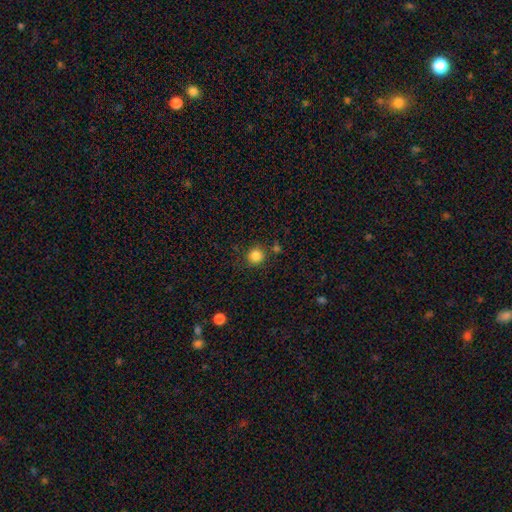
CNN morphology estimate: Smooth or featured?
  - smooth: 85% *
  - star or artifact: 11%
  - featured or disk: 4%
How rounded?
  - round: 92% *
  - in between: 7%
  - cigar-shaped: 1%
Merging?
  - none: 81% *
  - minor disturbance: 9%
  - merger: 6%
  - major disturbance: 3%